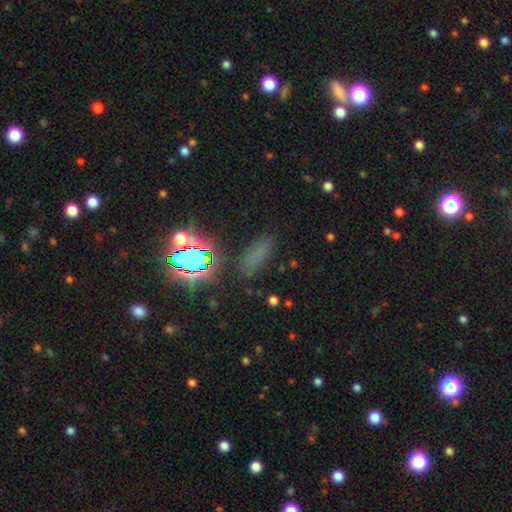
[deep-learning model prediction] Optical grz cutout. It shows a smooth galaxy with no disk features (51%) that is in between round and cigar-shaped (50%). Merging: none (81%).